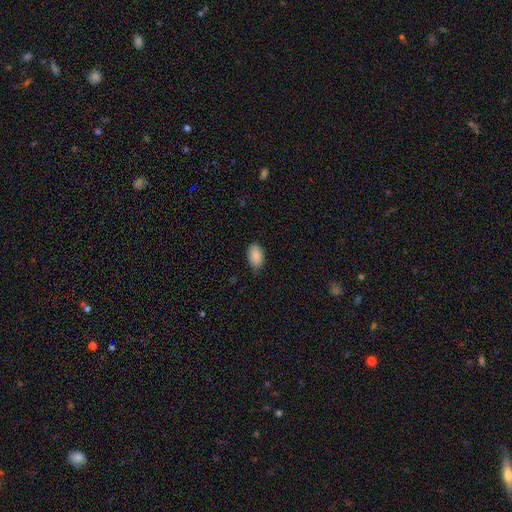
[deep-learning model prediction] This is clearly a smooth galaxy (89%). How rounded: clearly in between (93%). Merging: likely none (78%).